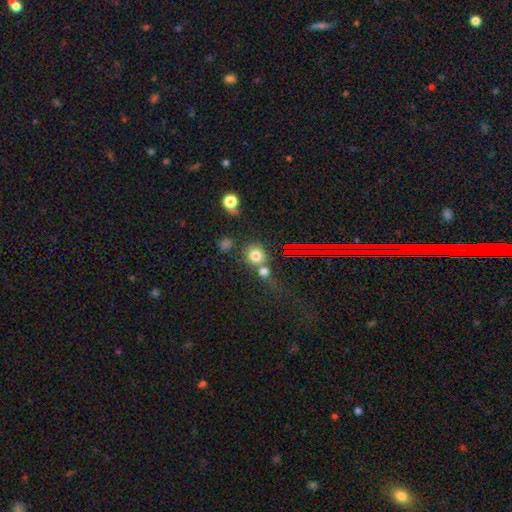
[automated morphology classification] smooth_or_featured: smooth (p=0.72) [alt: star or artifact p=0.18]
how_rounded: round (p=0.85) [alt: in between p=0.14]
merging: none (p=0.53) [alt: merger p=0.33]